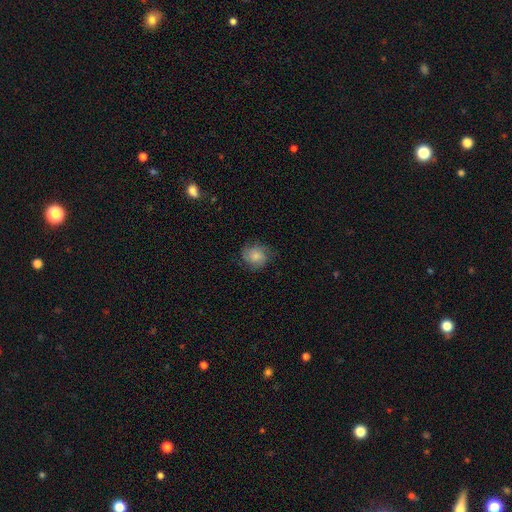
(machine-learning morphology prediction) smooth 73%, featured or disk 19%, star or artifact 8%. Down the decision tree: how rounded — round (74%); merging — none (70%).